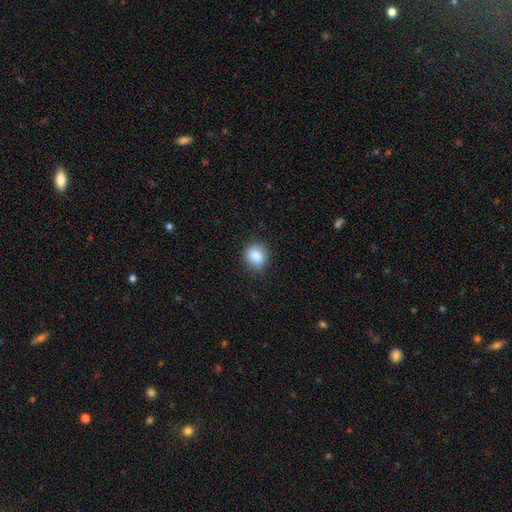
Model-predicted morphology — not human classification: This appears to be a smooth galaxy with no disk features (85%) that is round (65%). Merging: none (86%).